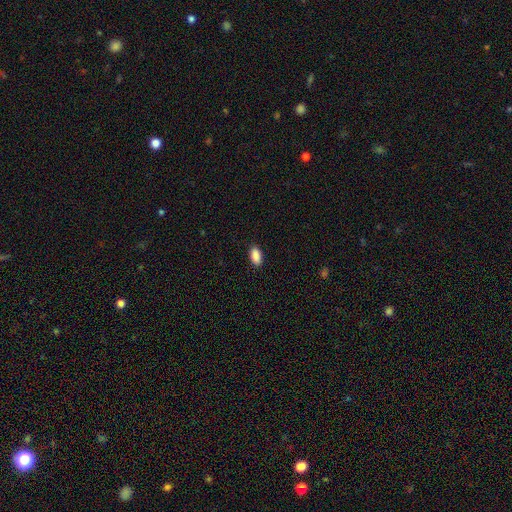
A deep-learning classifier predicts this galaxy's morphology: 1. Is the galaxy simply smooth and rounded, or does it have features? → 90% smooth, 7% star or artifact, 3% featured or disk.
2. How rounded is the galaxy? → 93% in between, 4% round, 4% cigar-shaped.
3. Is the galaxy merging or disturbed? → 89% none, 8% minor disturbance, 2% major disturbance, 1% merger.